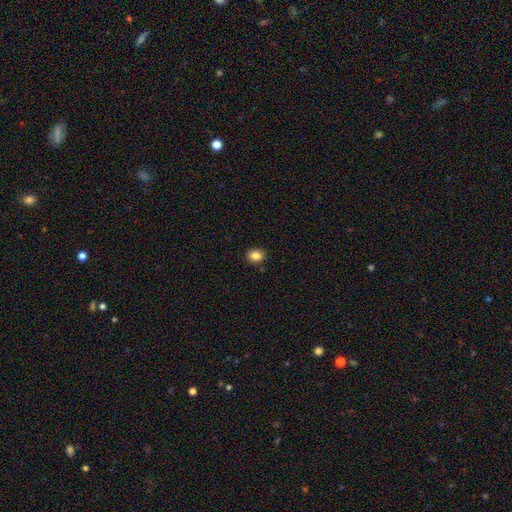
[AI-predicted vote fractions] smooth_or_featured: smooth (p=0.85) [alt: star or artifact p=0.10]
how_rounded: round (p=0.55) [alt: in between p=0.44]
merging: none (p=0.90) [alt: minor disturbance p=0.07]